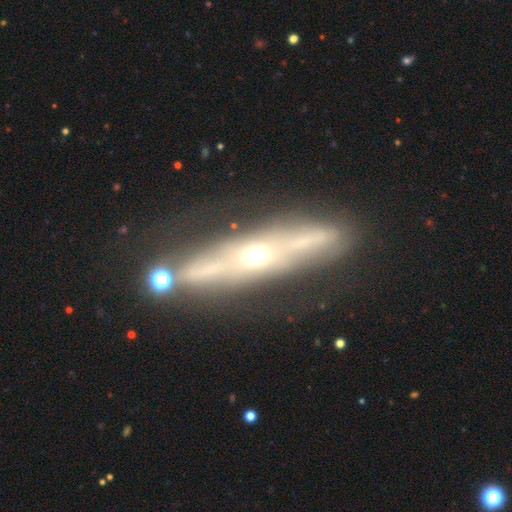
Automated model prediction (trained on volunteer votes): smooth_or_featured: featured or disk (p=0.79) [alt: smooth p=0.14]
disk_edge_on: yes (p=0.72) [alt: no p=0.28]
edge_on_bulge: rounded (p=0.80) [alt: none p=0.16]
merging: none (p=0.73) [alt: minor disturbance p=0.15]